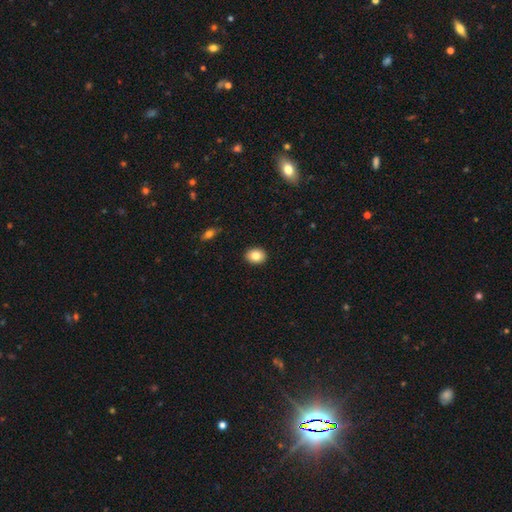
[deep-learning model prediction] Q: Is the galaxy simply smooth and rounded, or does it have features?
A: smooth — 83%.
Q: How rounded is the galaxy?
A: in between — 55%.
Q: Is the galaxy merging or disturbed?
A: none — 91%.